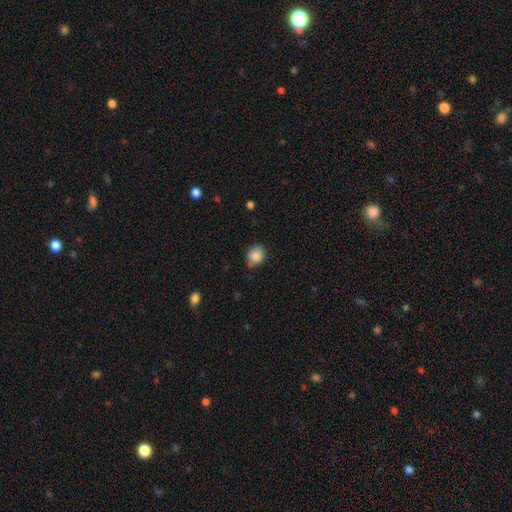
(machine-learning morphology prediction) smooth 86%, star or artifact 9%, featured or disk 5%. Down the decision tree: how rounded — round (68%); merging — none (74%).